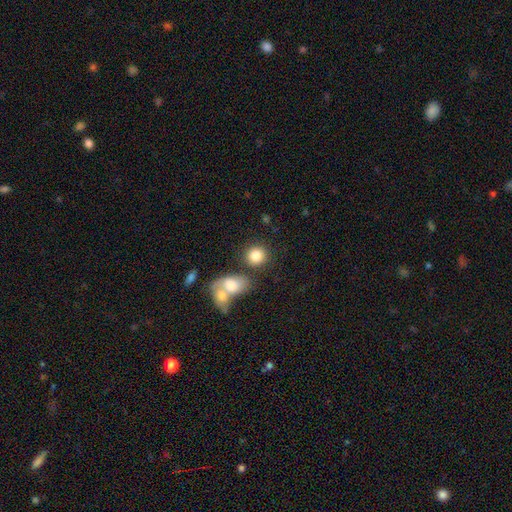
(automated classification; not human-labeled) Smooth or featured? smooth (83%)
How rounded? round (79%)
Merging? none (65%)